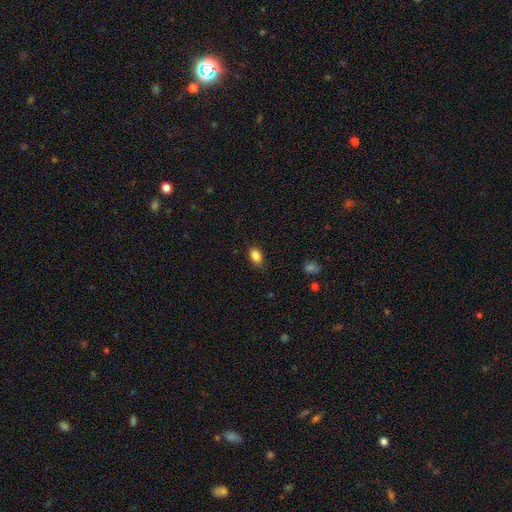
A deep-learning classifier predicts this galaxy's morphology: This appears to be a smooth galaxy with no disk features (87%) that is in between round and cigar-shaped (85%). Merging: none (81%).